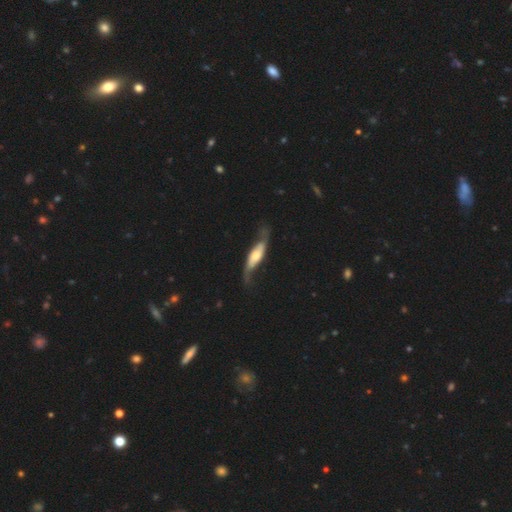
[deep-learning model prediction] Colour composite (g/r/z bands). It shows a featured or disk galaxy (72%). Merging: none (60%).